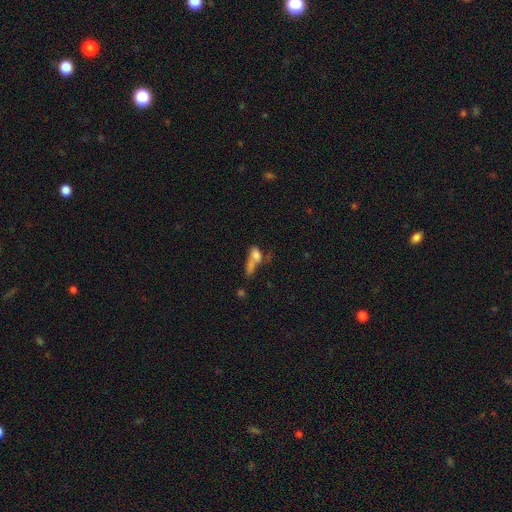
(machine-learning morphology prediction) The model was most divided on "smooth or featured": smooth: 42%, featured or disk: 34%, star or artifact: 25%. Remaining: merging — merger (40%).